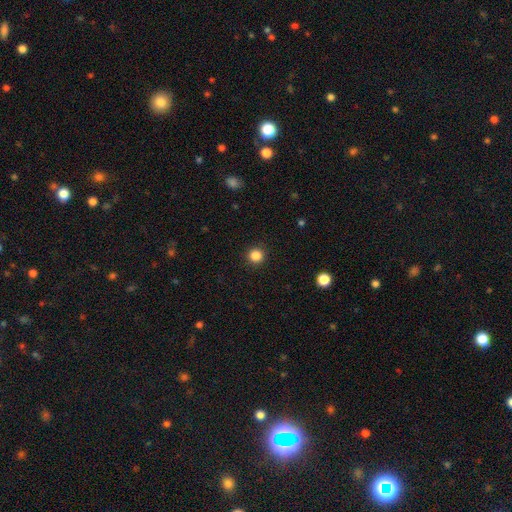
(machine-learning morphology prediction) smooth_or_featured: smooth (p=0.85) [alt: star or artifact p=0.12]
how_rounded: round (p=0.95) [alt: in between p=0.04]
merging: none (p=0.92) [alt: minor disturbance p=0.05]